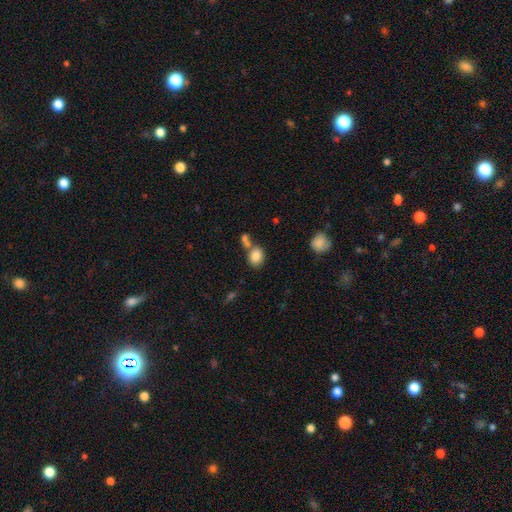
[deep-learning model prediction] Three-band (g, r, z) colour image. It shows a smooth galaxy with no disk features (84%) that is in between round and cigar-shaped (51%). Merging: none (56%).